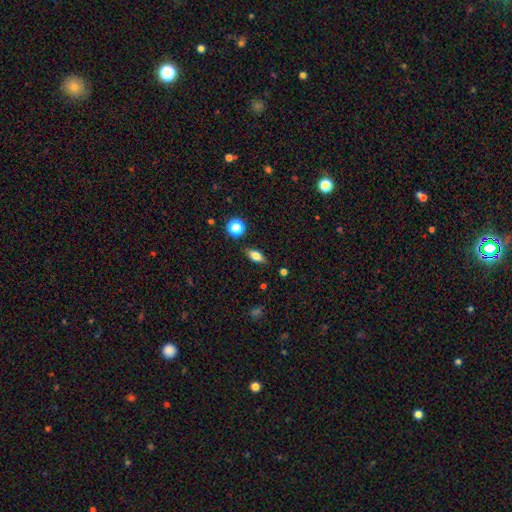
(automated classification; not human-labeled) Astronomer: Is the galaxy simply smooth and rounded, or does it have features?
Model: smooth — 74%.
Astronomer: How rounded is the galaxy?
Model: in between — 78%.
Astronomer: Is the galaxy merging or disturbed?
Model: none — 85%.